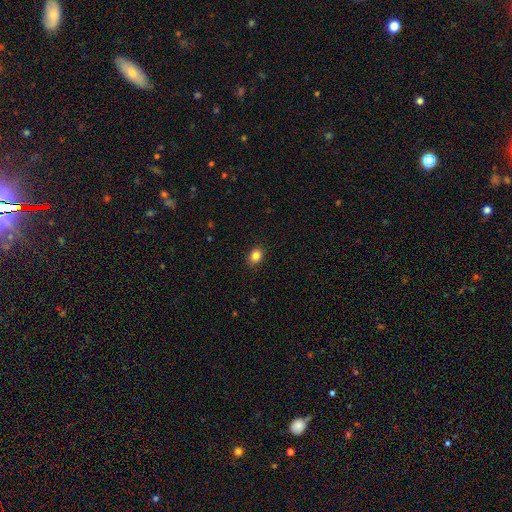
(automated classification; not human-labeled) This appears to be a smooth galaxy with no disk features (85%) that is in between round and cigar-shaped (56%). Merging: none (89%).